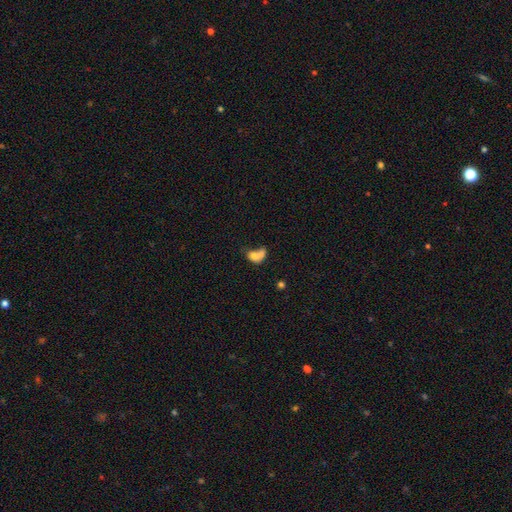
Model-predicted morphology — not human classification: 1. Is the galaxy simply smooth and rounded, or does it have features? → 66% smooth, 23% featured or disk, 11% star or artifact.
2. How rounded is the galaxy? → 70% in between, 27% round, 2% cigar-shaped.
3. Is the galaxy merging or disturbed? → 48% merger, 21% major disturbance, 18% none, 13% minor disturbance.